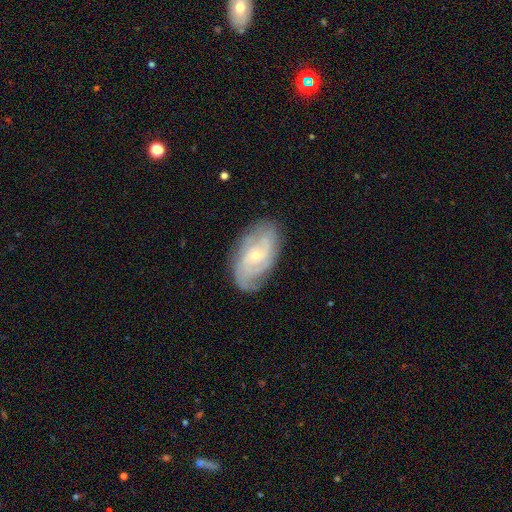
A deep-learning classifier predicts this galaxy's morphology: Smooth or featured?
  - featured or disk: 81% *
  - smooth: 12%
  - star or artifact: 6%
Edge-on disk?
  - no: 95% *
  - yes: 5%
Bar?
  - no: 71% *
  - weak: 24%
  - strong: 5%
Spiral arms?
  - yes: 93% *
  - no: 7%
Spiral winding?
  - tight: 54% *
  - medium: 35%
  - loose: 11%
Spiral arm count?
  - 2: 34% *
  - can't tell: 32%
  - 3: 17%
  - 4: 8%
  - 1: 5%
  - more than 4: 5%
Bulge size?
  - small: 71% *
  - moderate: 26%
  - large: 1%
  - none: 1%
  - dominant: 1%
Merging?
  - none: 77% *
  - minor disturbance: 17%
  - major disturbance: 5%
  - merger: 1%